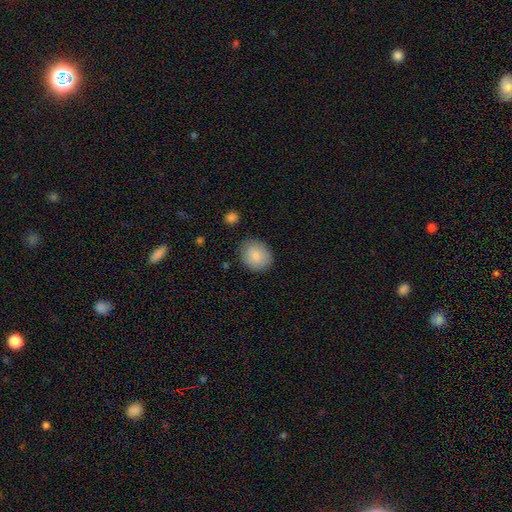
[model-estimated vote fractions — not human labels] This is clearly a smooth galaxy (86%). How rounded: likely round (65%). Merging: clearly none (83%).